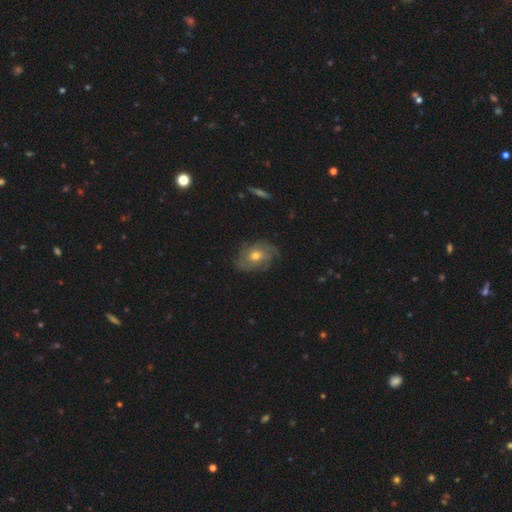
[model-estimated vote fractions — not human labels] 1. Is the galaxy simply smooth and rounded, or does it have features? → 66% featured or disk, 26% smooth, 8% star or artifact.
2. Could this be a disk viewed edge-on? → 95% no, 5% yes.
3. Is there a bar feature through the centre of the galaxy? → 77% no, 20% weak, 3% strong.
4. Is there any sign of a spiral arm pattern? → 85% yes, 15% no.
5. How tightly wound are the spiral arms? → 48% tight, 36% medium, 16% loose.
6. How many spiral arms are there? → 40% can't tell, 20% 2, 19% 3, 10% 4, 6% 1, 5% more than 4.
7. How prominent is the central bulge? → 72% moderate, 20% small, 6% large, 1% none, 1% dominant.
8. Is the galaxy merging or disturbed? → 73% none, 19% minor disturbance, 7% major disturbance, 1% merger.